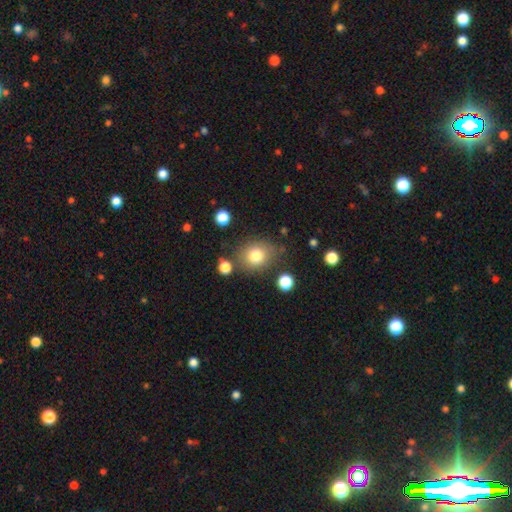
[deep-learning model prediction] Morphology: type=smooth (80%); roundness=round (66%); merging=none (74%).